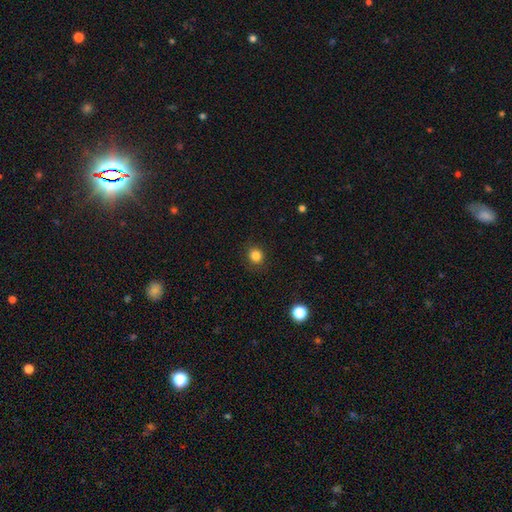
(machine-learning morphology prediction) A smooth galaxy with no disk features (84%) that is round (84%). Merging: none (89%).